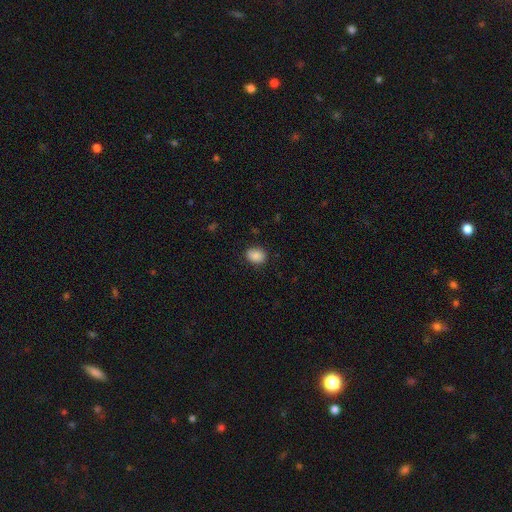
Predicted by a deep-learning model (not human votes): A smooth galaxy with no disk features (88%) that is in between round and cigar-shaped (53%).

Vote fractions:
- Smooth or featured? smooth: 88% / star or artifact: 8% / featured or disk: 4%
- How rounded? in between: 53% / round: 46% / cigar-shaped: 1%
- Merging? none: 85% / minor disturbance: 11% / major disturbance: 3% / merger: 1%